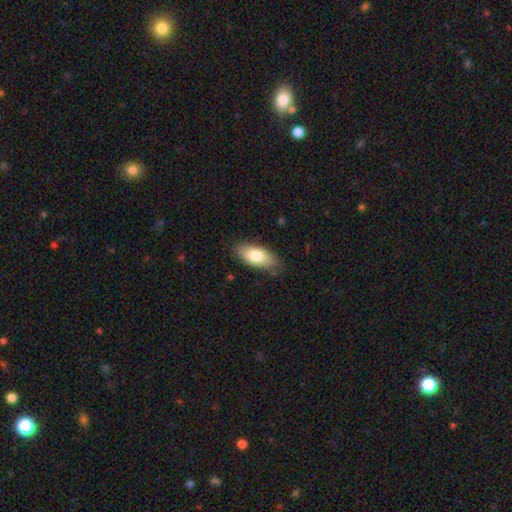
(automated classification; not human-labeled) This appears to be a smooth galaxy with no disk features (79%) that is in between round and cigar-shaped (87%). Merging: none (81%).